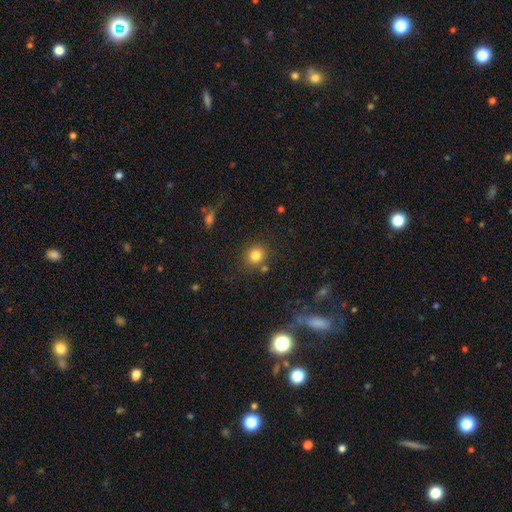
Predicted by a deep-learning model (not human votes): This is clearly a smooth galaxy (81%). How rounded: likely round (80%). Merging: likely none (79%).